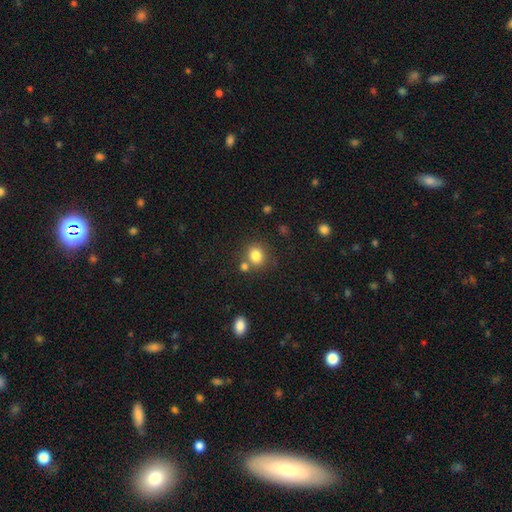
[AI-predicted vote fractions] Morphology: type=smooth (81%); roundness=round (77%); merging=none (69%).